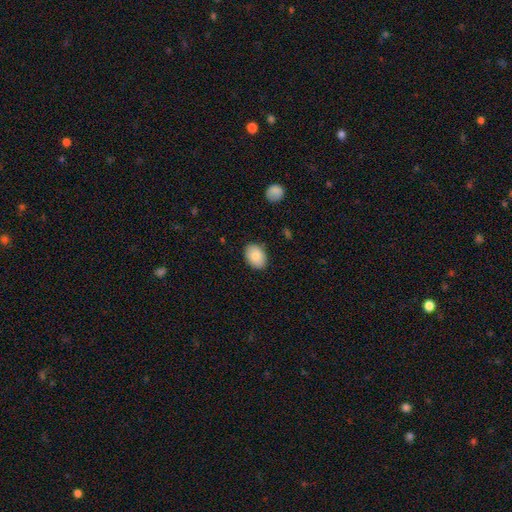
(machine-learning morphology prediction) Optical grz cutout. It shows a smooth galaxy with no disk features (85%) that is in between round and cigar-shaped (78%). Merging: none (87%).